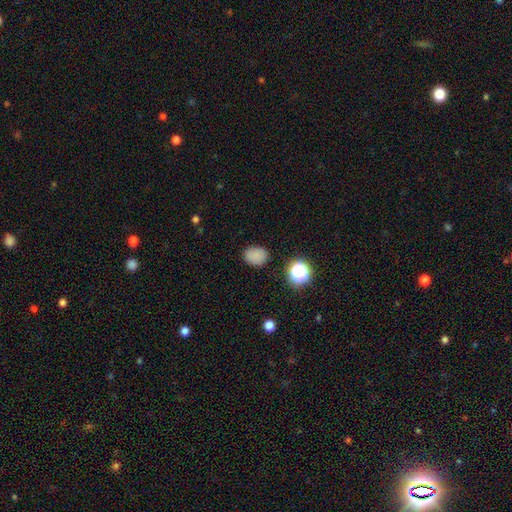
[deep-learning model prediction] This appears to be a smooth galaxy with no disk features (80%) that is in between round and cigar-shaped (52%). Merging: none (82%).